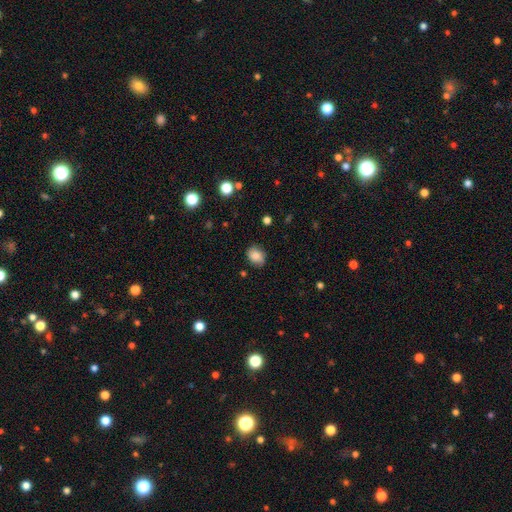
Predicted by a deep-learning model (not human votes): Smooth or featured? Predicted: smooth (p=0.82). How rounded? Predicted: in between (p=0.61). Merging? Predicted: none (p=0.81).